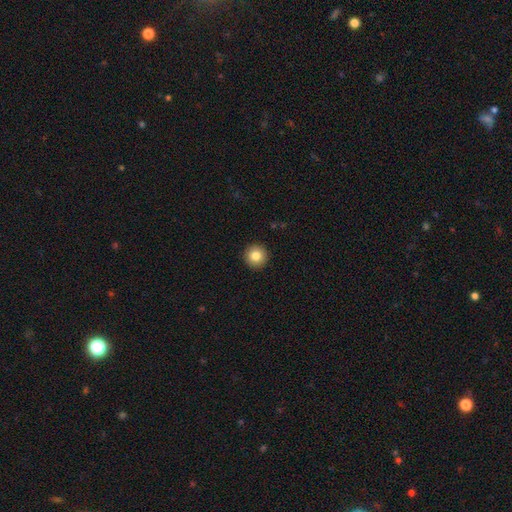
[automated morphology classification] This appears to be a smooth galaxy with no disk features (83%) that is round (96%). Merging: none (93%).